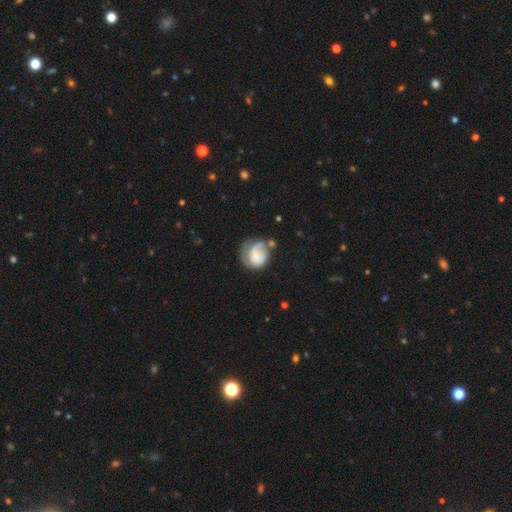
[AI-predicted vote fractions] Smooth or featured? featured or disk (55%)
Edge-on disk? no (98%)
Bar? no (64%)
Spiral arms? yes (76%)
Bulge size? small (51%)
Merging? none (43%)